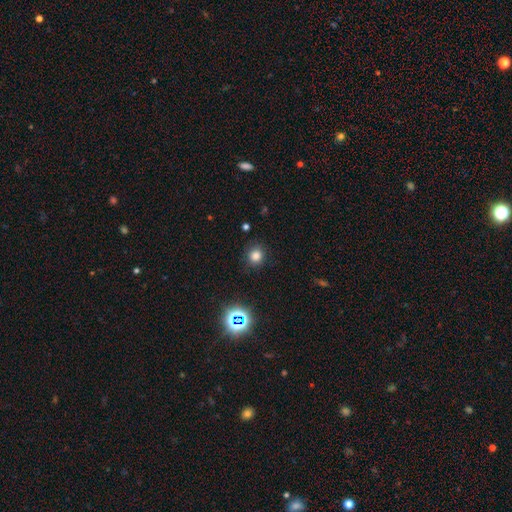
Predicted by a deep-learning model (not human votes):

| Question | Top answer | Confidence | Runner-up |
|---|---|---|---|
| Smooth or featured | smooth | 78% | star or artifact (17%) |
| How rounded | round | 84% | in between (15%) |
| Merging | none | 85% | minor disturbance (10%) |